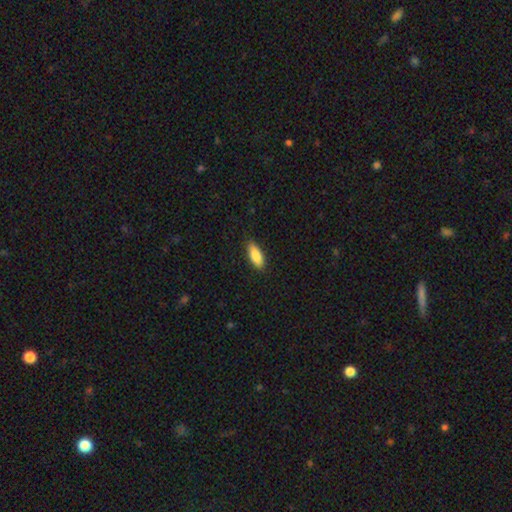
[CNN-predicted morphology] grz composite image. It shows a smooth galaxy with no disk features (86%) that is in between round and cigar-shaped (72%). Merging: none (85%).